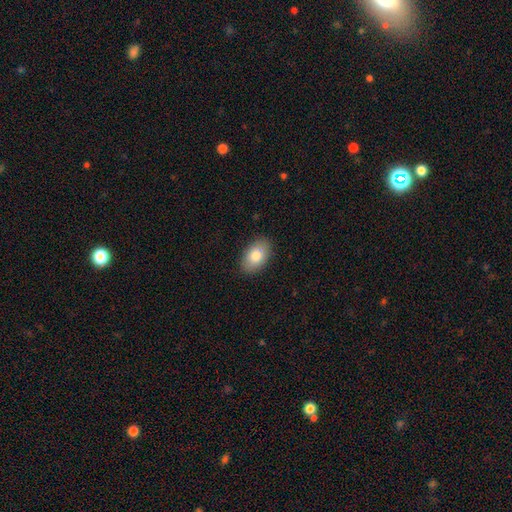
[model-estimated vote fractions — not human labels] Smooth or featured? Predicted: smooth (p=0.82). How rounded? Predicted: in between (p=0.92). Merging? Predicted: none (p=0.88).